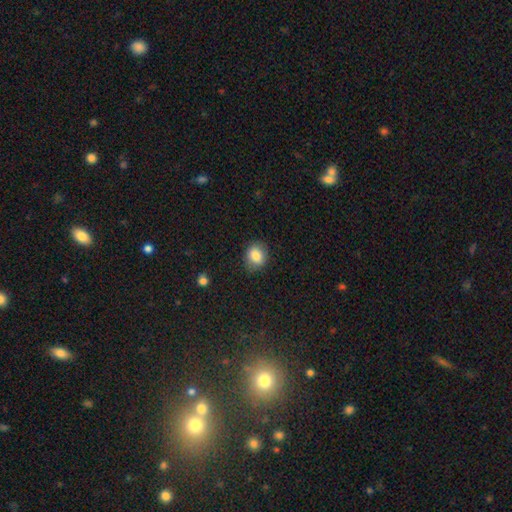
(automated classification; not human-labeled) A smooth galaxy with no disk features (83%) that is round (59%).

Vote fractions:
- Smooth or featured? smooth: 83% / star or artifact: 9% / featured or disk: 8%
- How rounded? round: 59% / in between: 40% / cigar-shaped: 1%
- Merging? none: 82% / minor disturbance: 13% / major disturbance: 3% / merger: 1%